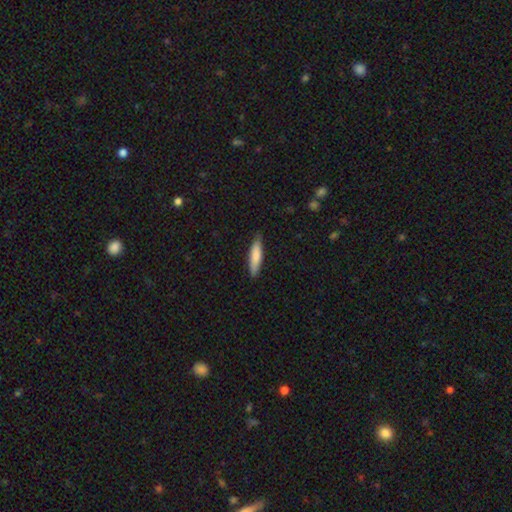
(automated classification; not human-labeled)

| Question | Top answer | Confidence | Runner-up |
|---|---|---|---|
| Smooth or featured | smooth | 80% | featured or disk (15%) |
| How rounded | cigar-shaped | 74% | in between (24%) |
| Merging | none | 81% | minor disturbance (16%) |